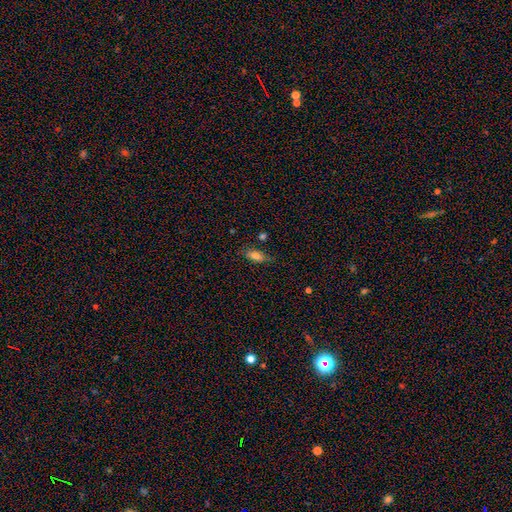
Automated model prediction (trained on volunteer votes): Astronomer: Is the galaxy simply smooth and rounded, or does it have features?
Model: smooth — 78%.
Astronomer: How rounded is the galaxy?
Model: in between — 83%.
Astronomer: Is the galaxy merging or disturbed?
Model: none — 76%.